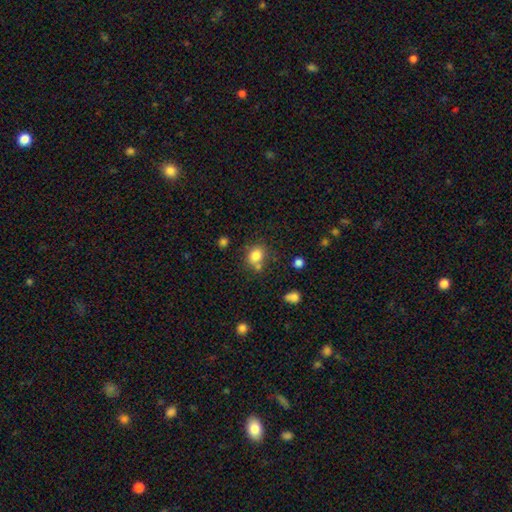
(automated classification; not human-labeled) smooth_or_featured: smooth (p=0.81) [alt: star or artifact p=0.11]
how_rounded: round (p=0.62) [alt: in between p=0.37]
merging: none (p=0.62) [alt: merger p=0.18]